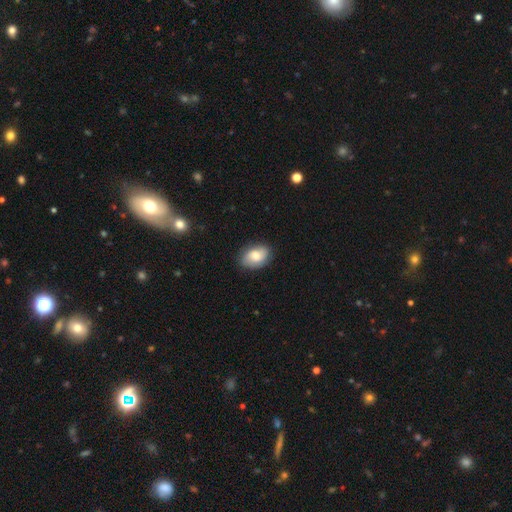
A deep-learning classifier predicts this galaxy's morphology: A smooth galaxy with no disk features (71%) that is in between round and cigar-shaped (85%). Merging: none (82%).